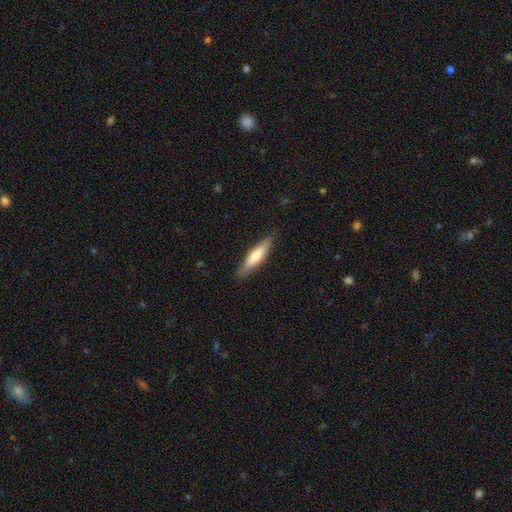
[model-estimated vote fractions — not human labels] Q: Smooth or featured?
A: smooth (63%); runner-up: featured or disk (31%)
Q: How rounded?
A: cigar-shaped (78%); runner-up: in between (21%)
Q: Merging?
A: none (86%); runner-up: minor disturbance (11%)